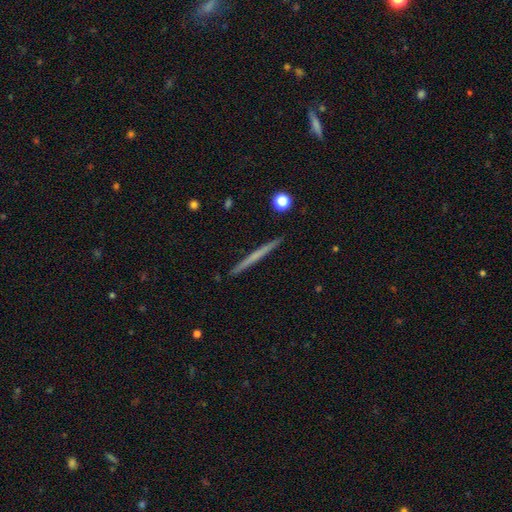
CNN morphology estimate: featured or disk 49%, smooth 45%, star or artifact 6%. Down the decision tree: merging — none (93%).